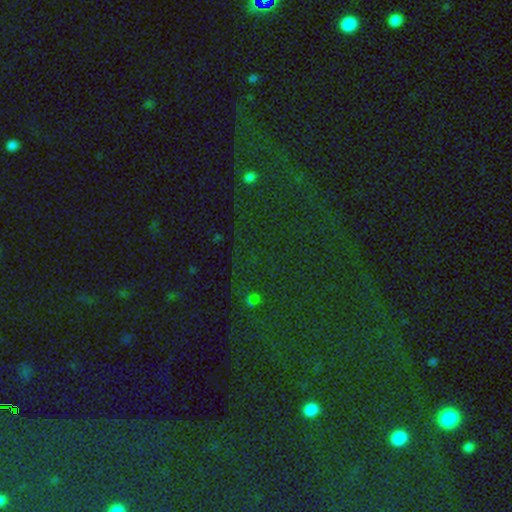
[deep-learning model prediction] Smooth or featured: star or artifact — 79% (smooth — 12%)